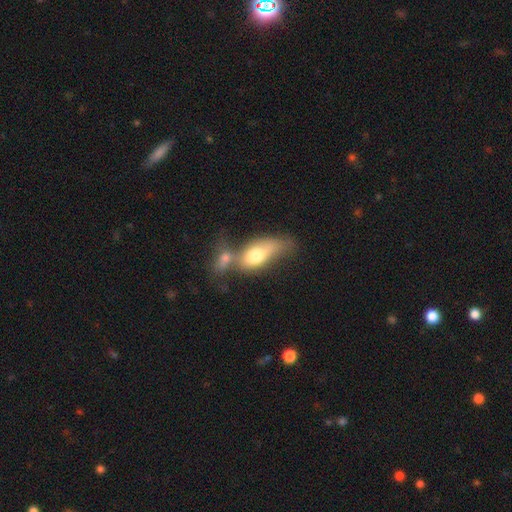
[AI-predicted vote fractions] smooth_or_featured: smooth (p=0.62) [alt: featured or disk p=0.31]
how_rounded: in between (p=0.79) [alt: cigar-shaped p=0.14]
merging: merger (p=0.51) [alt: none p=0.20]